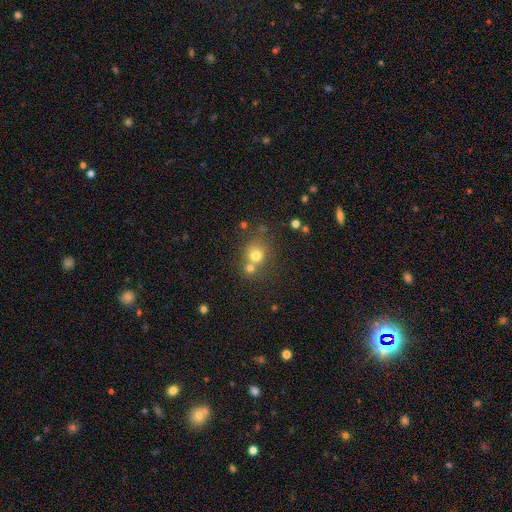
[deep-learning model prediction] This is likely a smooth galaxy (73%). How rounded: clearly round (84%). Merging: possibly none (51%).